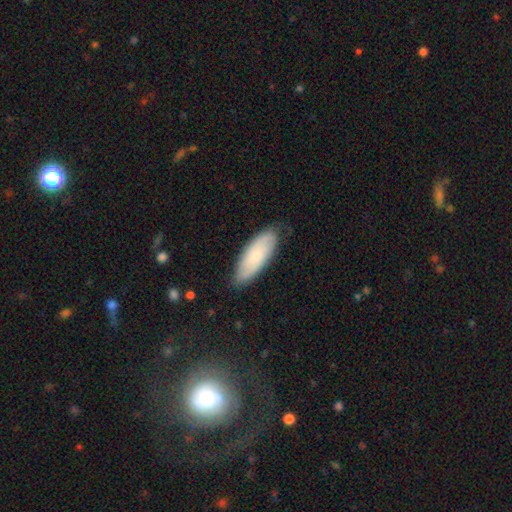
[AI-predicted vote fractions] smooth 61%, featured or disk 33%, star or artifact 6%. Down the decision tree: how rounded — in between (72%); merging — none (79%).